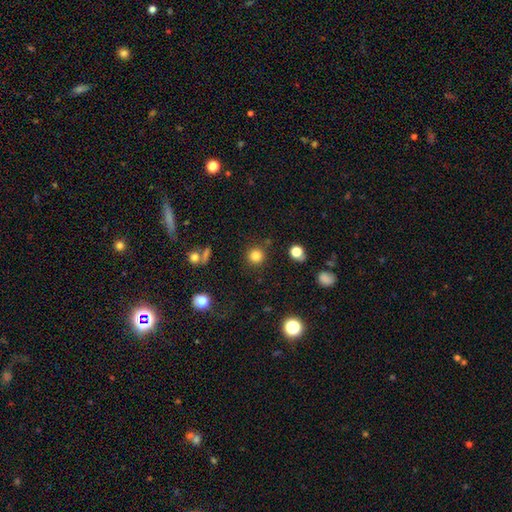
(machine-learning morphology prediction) smooth-or-featured: smooth: 82% | star or artifact: 13% | featured or disk: 5%
  how-rounded: round: 94% | in between: 5% | cigar-shaped: 1%
  merging: none: 86% | minor disturbance: 7% | merger: 4% | major disturbance: 3%